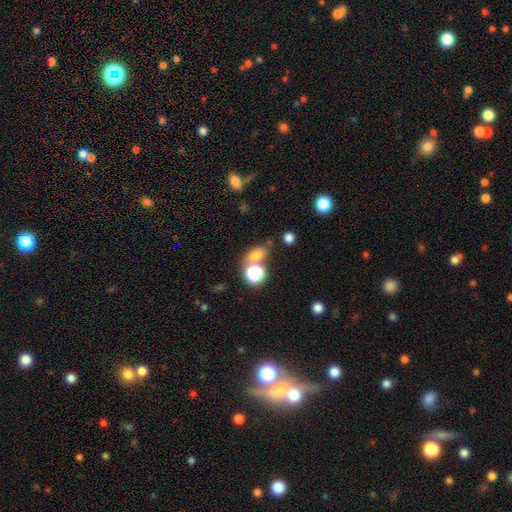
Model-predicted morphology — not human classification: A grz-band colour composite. It shows a smooth galaxy with no disk features (68%) that is in between round and cigar-shaped (56%). Merging: none (53%).